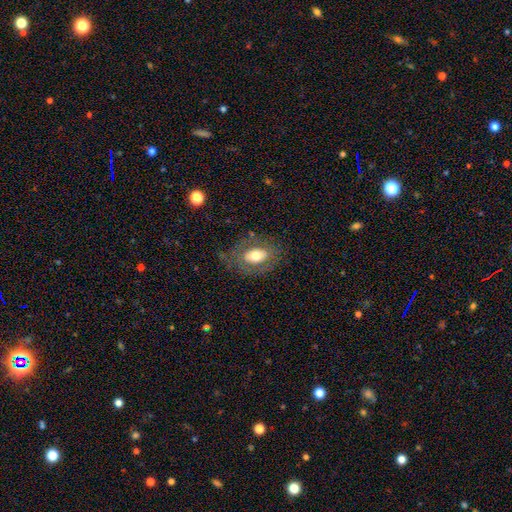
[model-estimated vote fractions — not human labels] Q: Smooth or featured?
A: smooth (56%); runner-up: featured or disk (37%)
Q: How rounded?
A: in between (80%); runner-up: round (19%)
Q: Merging?
A: none (69%); runner-up: minor disturbance (18%)